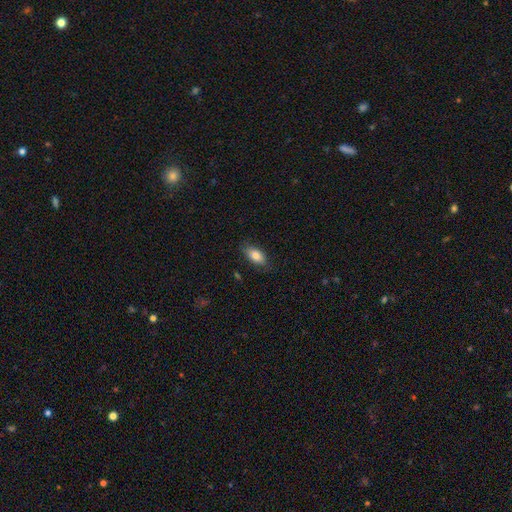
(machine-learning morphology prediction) A smooth galaxy with no disk features (80%) that is in between round and cigar-shaped (89%).

Vote fractions:
- Smooth or featured? smooth: 80% / featured or disk: 13% / star or artifact: 7%
- How rounded? in between: 89% / cigar-shaped: 8% / round: 3%
- Merging? none: 79% / minor disturbance: 16% / major disturbance: 3% / merger: 1%